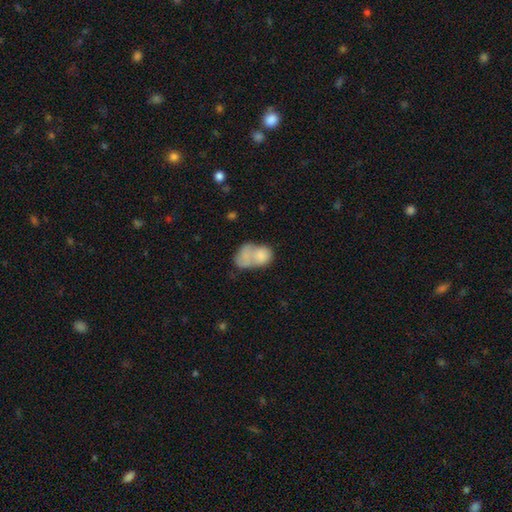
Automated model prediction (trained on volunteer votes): Q: Smooth or featured?
A: smooth (66%); runner-up: featured or disk (24%)
Q: How rounded?
A: in between (69%); runner-up: round (29%)
Q: Merging?
A: merger (53%); runner-up: none (21%)